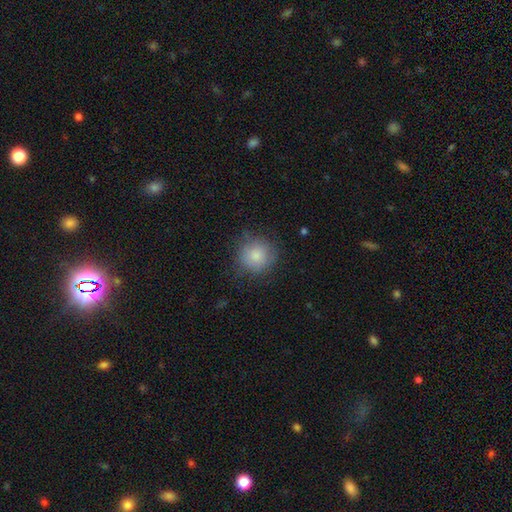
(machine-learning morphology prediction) Overall: smooth (84%). How rounded: round (92%). Merging: none (76%).